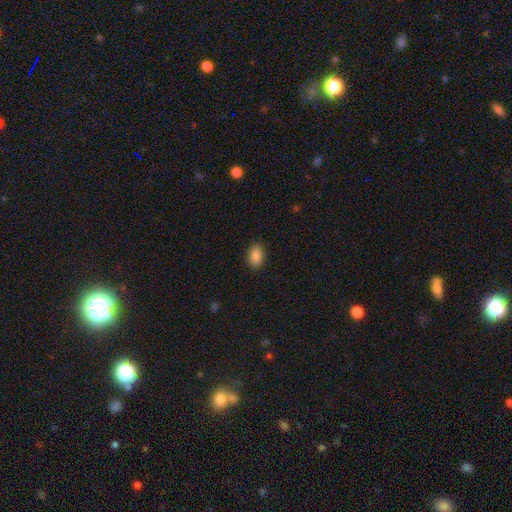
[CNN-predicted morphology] smooth_or_featured: smooth (p=0.87) [alt: star or artifact p=0.08]
how_rounded: in between (p=0.91) [alt: round p=0.08]
merging: none (p=0.89) [alt: minor disturbance p=0.08]